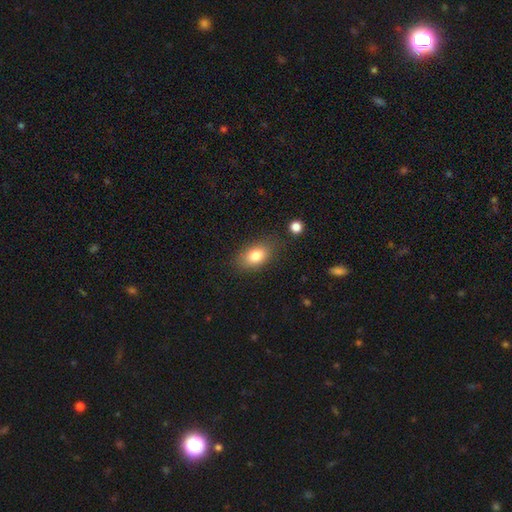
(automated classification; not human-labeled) This is clearly a smooth galaxy (82%). How rounded: clearly in between (85%). Merging: likely none (78%).